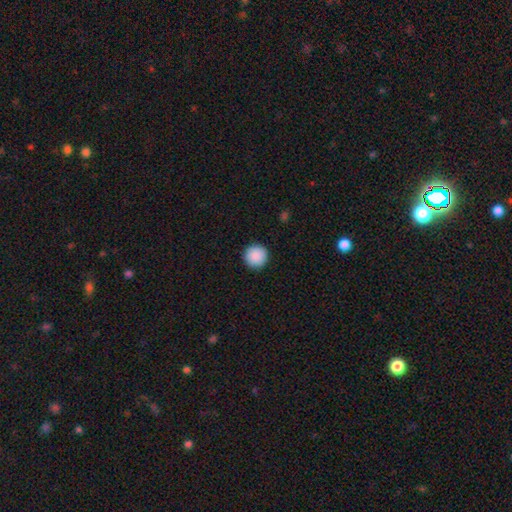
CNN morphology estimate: type=smooth (90%); roundness=round (96%); merging=none (93%).